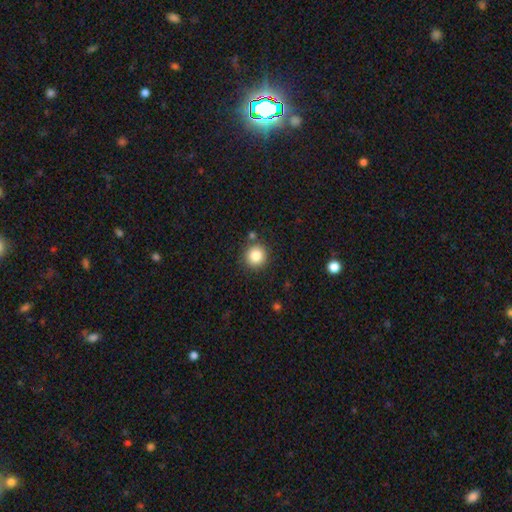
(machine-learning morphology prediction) Smooth or featured? smooth (85%)
How rounded? round (92%)
Merging? none (85%)